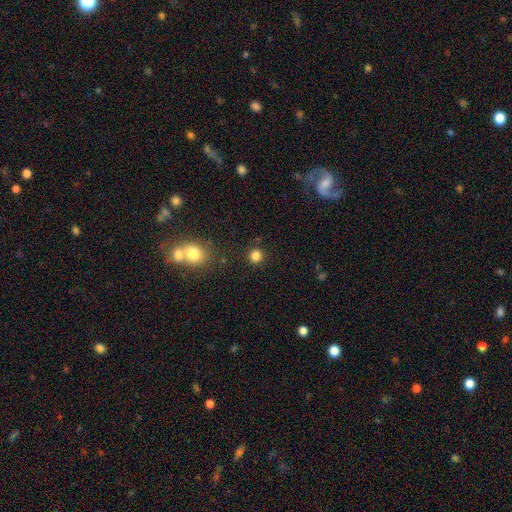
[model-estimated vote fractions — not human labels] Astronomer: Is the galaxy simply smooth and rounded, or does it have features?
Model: smooth — 83%.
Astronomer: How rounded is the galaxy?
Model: round — 90%.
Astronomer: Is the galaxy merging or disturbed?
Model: none — 87%.